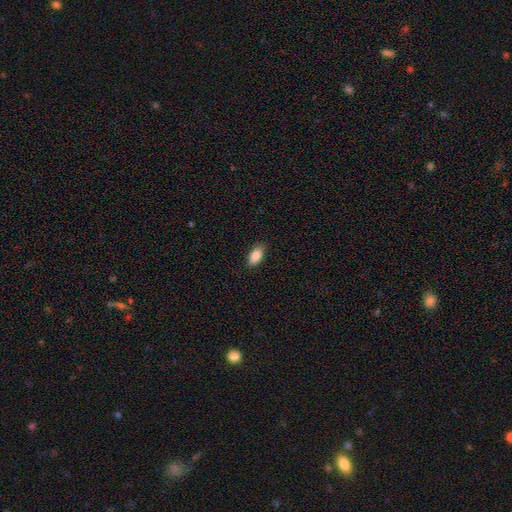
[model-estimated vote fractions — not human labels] Smooth or featured? smooth (87%)
How rounded? in between (90%)
Merging? none (87%)